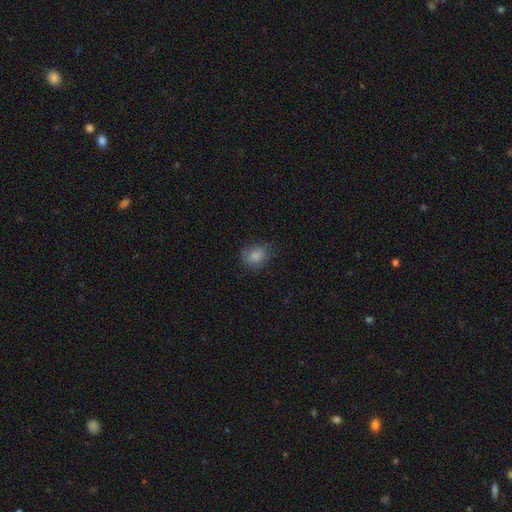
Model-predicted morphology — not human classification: Smooth or featured?
  - smooth: 83% *
  - star or artifact: 9%
  - featured or disk: 8%
How rounded?
  - round: 52% *
  - in between: 47%
  - cigar-shaped: 1%
Merging?
  - none: 68% *
  - minor disturbance: 23%
  - major disturbance: 7%
  - merger: 1%